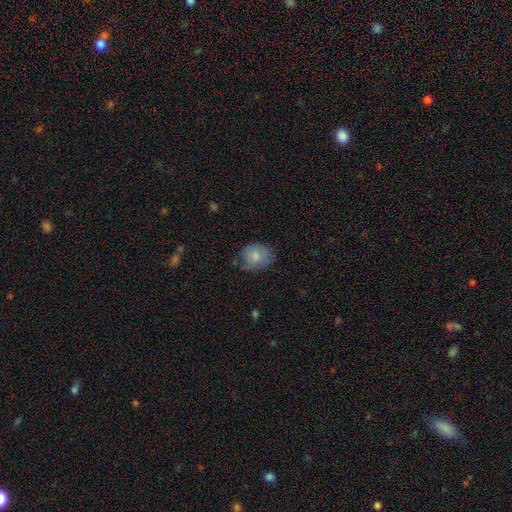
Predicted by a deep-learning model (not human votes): smooth 79%, featured or disk 13%, star or artifact 8%. Down the decision tree: how rounded — round (52%); merging — none (60%).